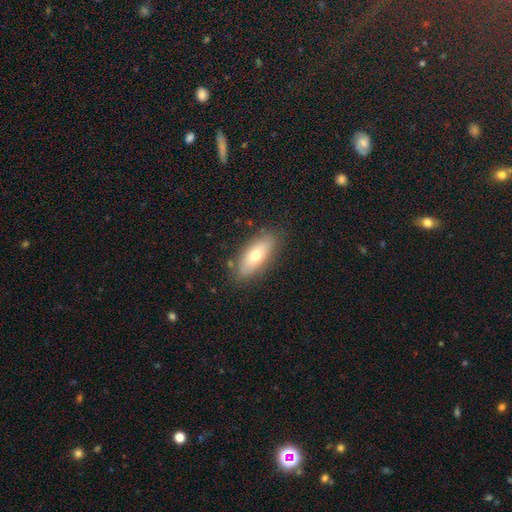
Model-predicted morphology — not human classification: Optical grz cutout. It shows a smooth galaxy with no disk features (63%) that is in between round and cigar-shaped (77%). Merging: none (84%).